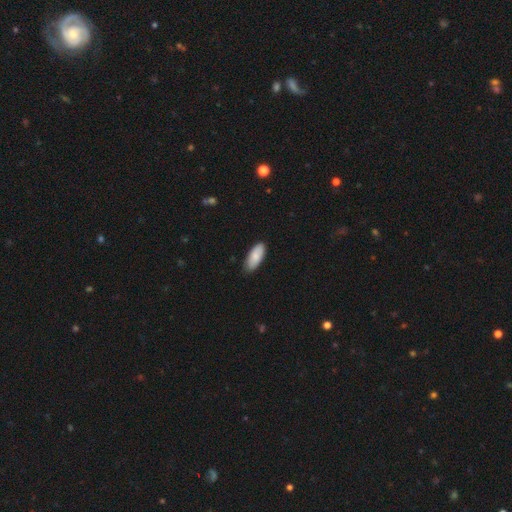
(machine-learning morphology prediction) Smooth or featured? smooth (84%)
How rounded? in between (85%)
Merging? none (83%)